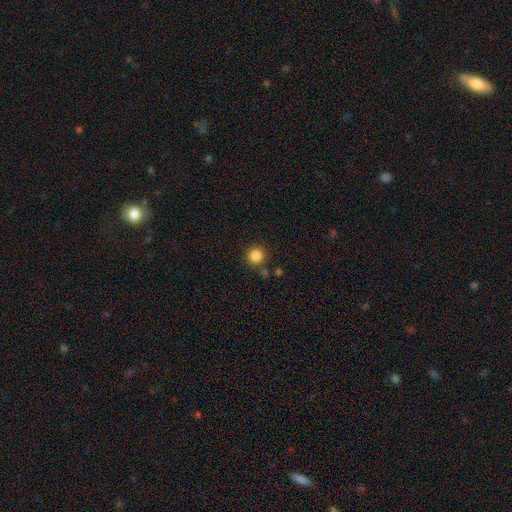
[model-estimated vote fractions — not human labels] A smooth galaxy with no disk features (85%) that is round (94%). Merging: none (82%).